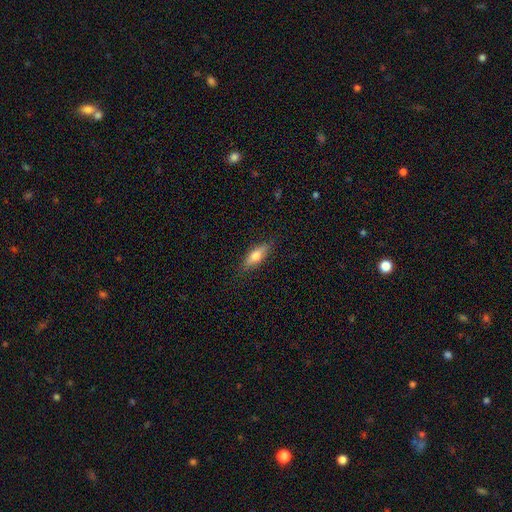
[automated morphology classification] This appears to be a smooth galaxy with no disk features (68%) that is in between round and cigar-shaped (60%). Merging: none (84%).